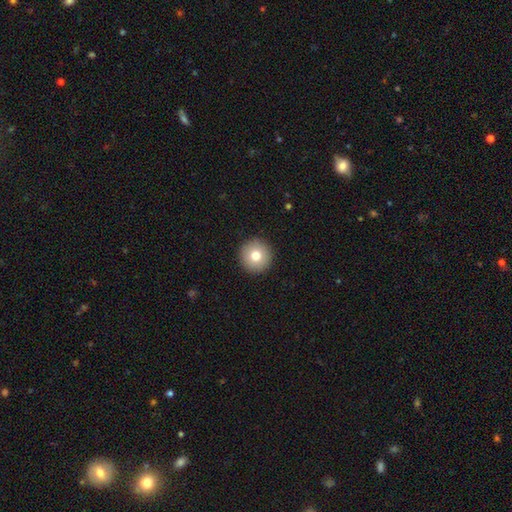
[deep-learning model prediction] Morphology: type=smooth (79%); roundness=round (96%); merging=none (93%).